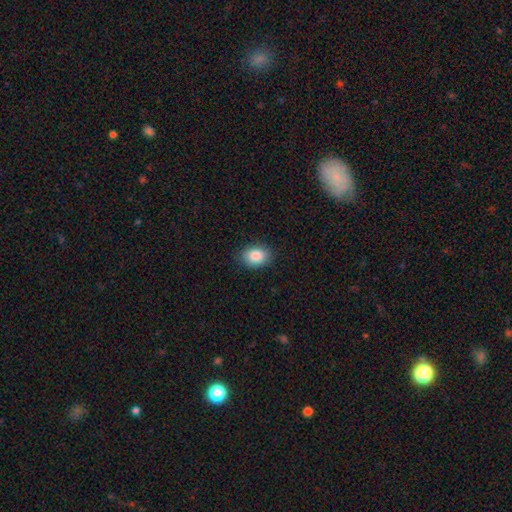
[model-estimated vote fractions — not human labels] Smooth or featured: smooth — 86% (star or artifact — 8%)
How rounded: in between — 70% (round — 29%)
Merging: none — 88% (minor disturbance — 9%)